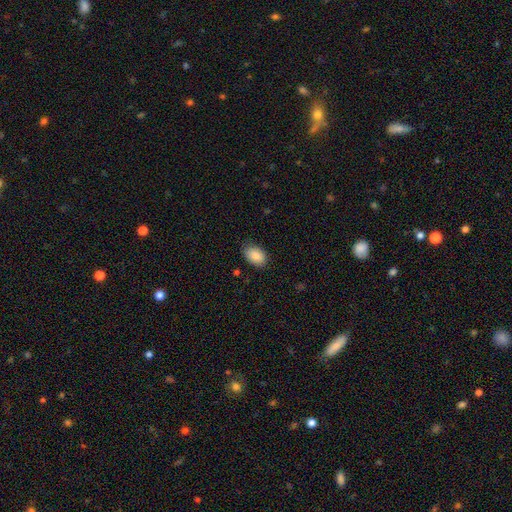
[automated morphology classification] smooth 87%, star or artifact 7%, featured or disk 6%. Down the decision tree: how rounded — in between (86%); merging — none (81%).